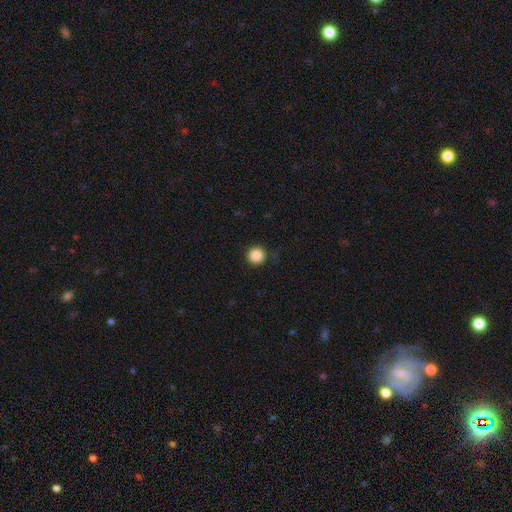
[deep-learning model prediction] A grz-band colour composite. It shows a smooth galaxy with no disk features (86%) that is round (95%). Merging: none (88%).